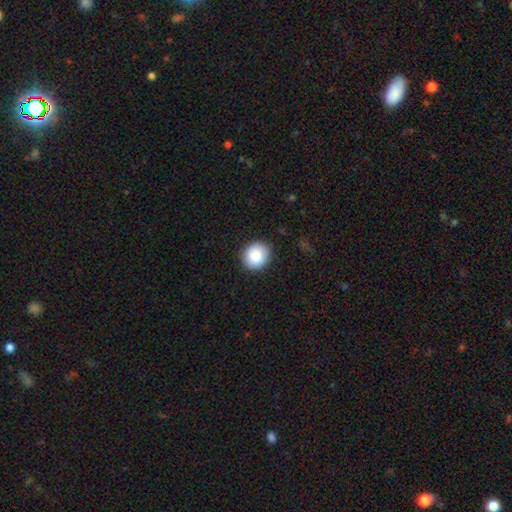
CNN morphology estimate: smooth_or_featured: smooth (p=0.88) [alt: star or artifact p=0.07]
how_rounded: round (p=0.85) [alt: in between p=0.14]
merging: none (p=0.89) [alt: minor disturbance p=0.08]